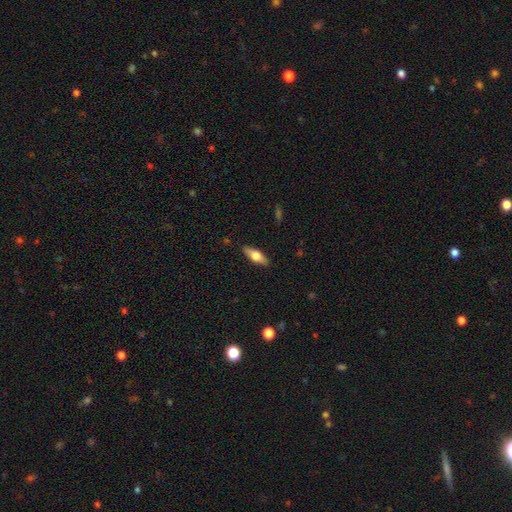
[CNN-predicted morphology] type=smooth (57%); roundness=in between (61%); merging=none (88%).